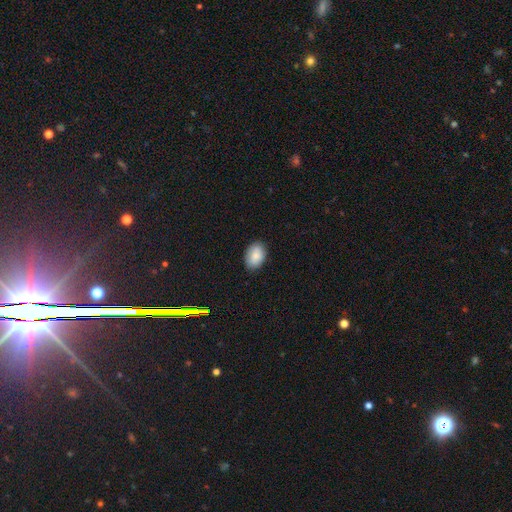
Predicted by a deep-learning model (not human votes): smooth-or-featured: smooth: 86% | star or artifact: 7% | featured or disk: 7%
  how-rounded: in between: 85% | round: 14% | cigar-shaped: 1%
  merging: none: 85% | minor disturbance: 12% | major disturbance: 2% | merger: 1%